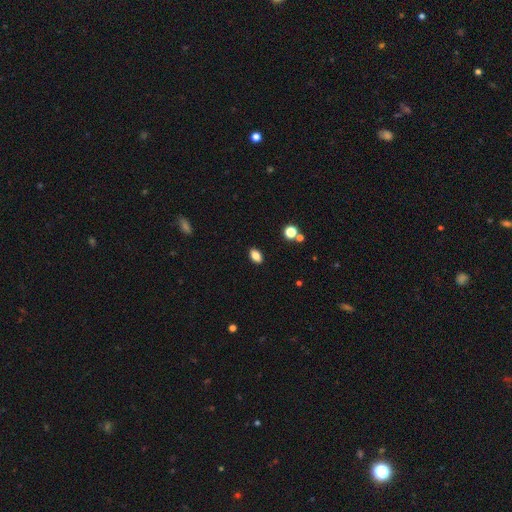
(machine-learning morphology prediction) type=smooth (84%); roundness=in between (88%); merging=none (89%).